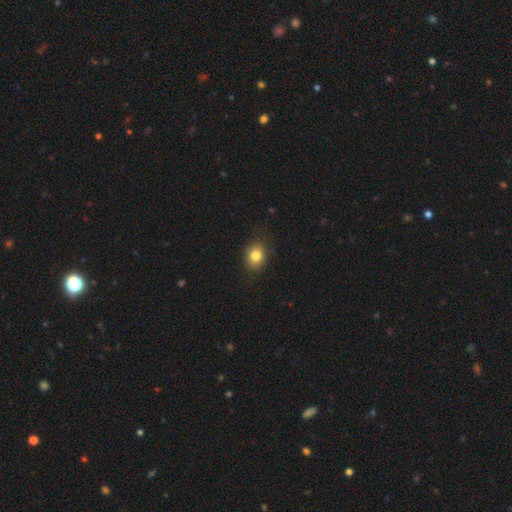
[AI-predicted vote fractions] Overall: smooth (82%). How rounded: round (54%; in between 45%). Merging: none (85%).